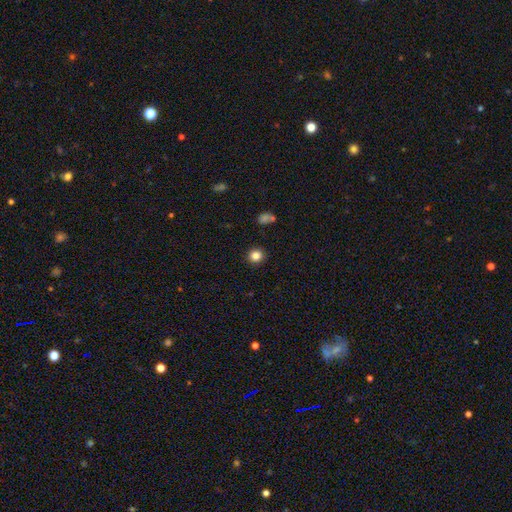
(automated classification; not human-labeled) Morphology: type=smooth (84%); roundness=round (91%); merging=none (90%).